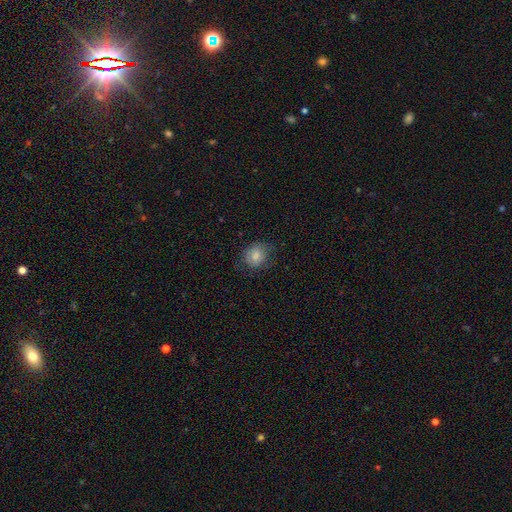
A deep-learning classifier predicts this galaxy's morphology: Smooth or featured? Predicted: smooth (p=0.80). How rounded? Predicted: round (p=0.68). Merging? Predicted: none (p=0.70).